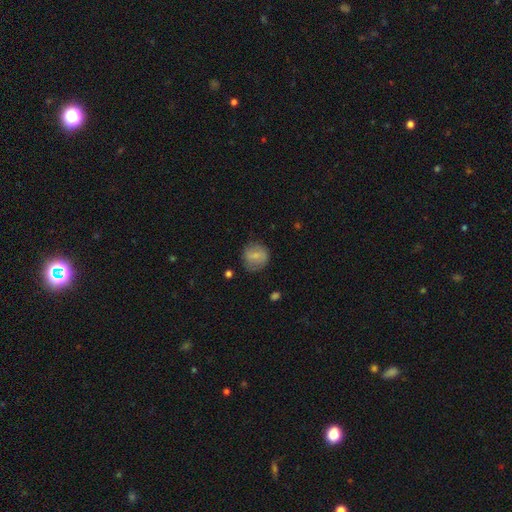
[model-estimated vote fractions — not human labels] smooth_or_featured: smooth (p=0.71) [alt: featured or disk p=0.21]
how_rounded: round (p=0.83) [alt: in between p=0.16]
merging: none (p=0.72) [alt: minor disturbance p=0.19]